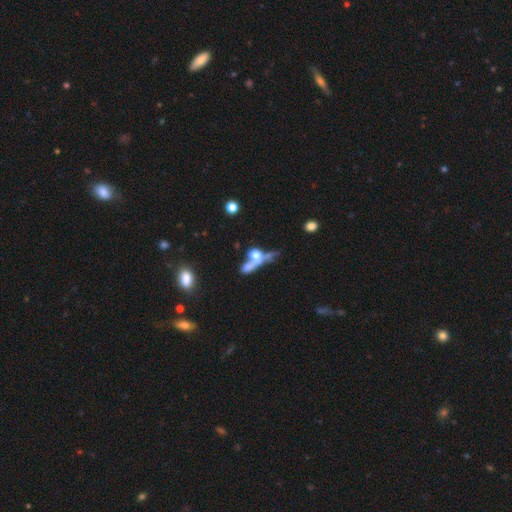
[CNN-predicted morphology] Smooth or featured?
  - smooth: 53% *
  - featured or disk: 33%
  - star or artifact: 14%
How rounded?
  - round: 39% *
  - in between: 38%
  - cigar-shaped: 22%
Merging?
  - merger: 51% *
  - none: 23%
  - major disturbance: 16%
  - minor disturbance: 10%